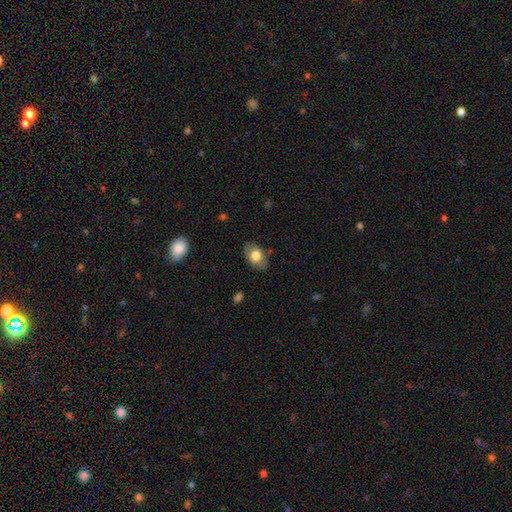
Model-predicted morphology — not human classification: This appears to be a smooth galaxy with no disk features (66%) that is in between round and cigar-shaped (86%). Merging: none (80%).